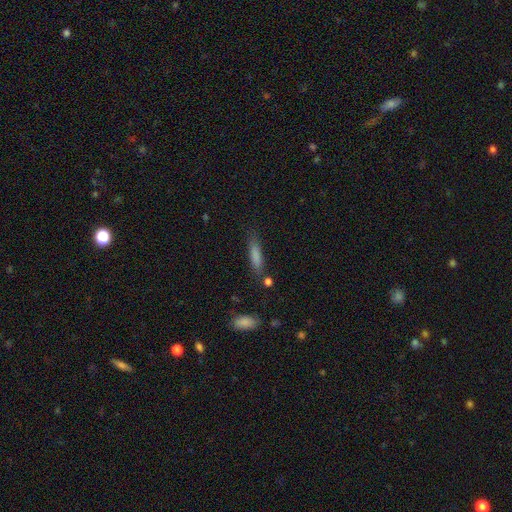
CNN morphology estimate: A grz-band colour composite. It shows a smooth galaxy with no disk features (81%) that is cigar-shaped (75%). Merging: none (75%).